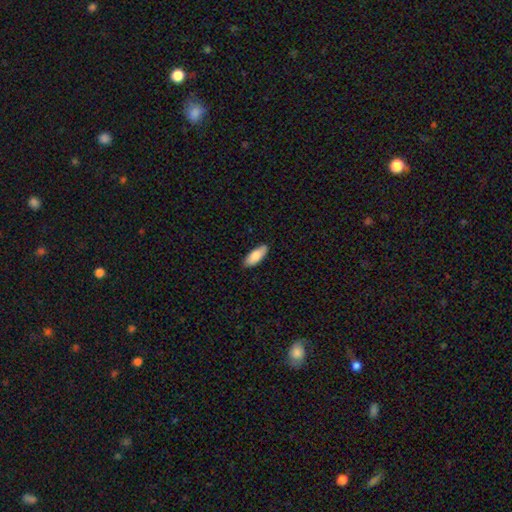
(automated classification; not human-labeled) smooth 84%, featured or disk 11%, star or artifact 5%. Down the decision tree: how rounded — in between (78%); merging — none (87%).